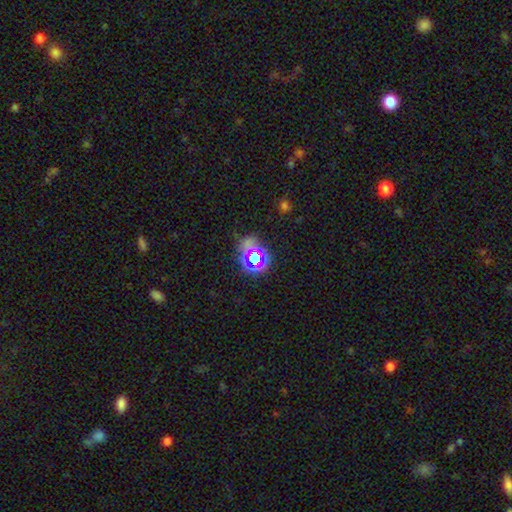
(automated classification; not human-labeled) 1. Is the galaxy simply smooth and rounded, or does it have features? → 57% star or artifact, 32% smooth, 11% featured or disk.